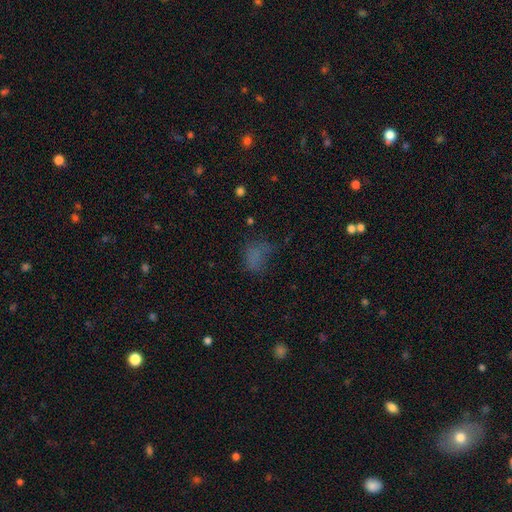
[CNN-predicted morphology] Smooth or featured? smooth (61%)
How rounded? in between (69%)
Merging? none (41%)